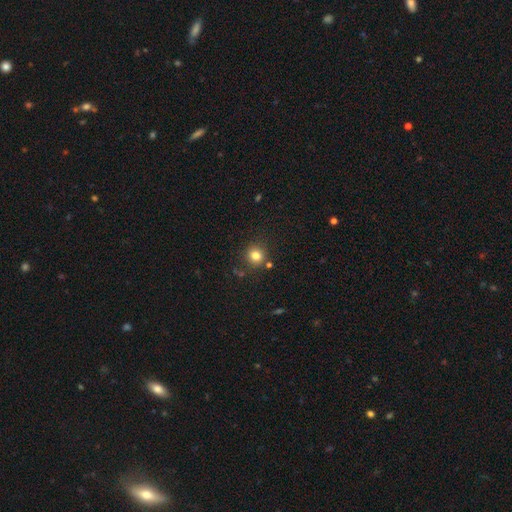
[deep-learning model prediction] A smooth galaxy with no disk features (80%) that is round (90%).

Vote fractions:
- Smooth or featured? smooth: 80% / star or artifact: 13% / featured or disk: 6%
- How rounded? round: 90% / in between: 9% / cigar-shaped: 1%
- Merging? none: 82% / minor disturbance: 9% / merger: 5% / major disturbance: 3%